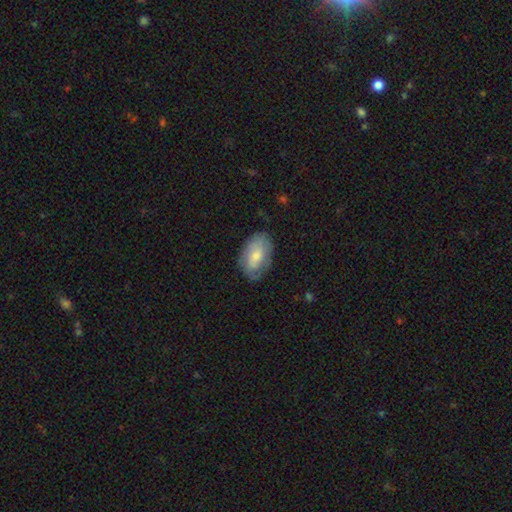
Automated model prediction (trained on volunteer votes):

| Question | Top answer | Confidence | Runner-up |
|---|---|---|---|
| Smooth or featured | smooth | 65% | featured or disk (28%) |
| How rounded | in between | 91% | round (7%) |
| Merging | none | 75% | minor disturbance (19%) |